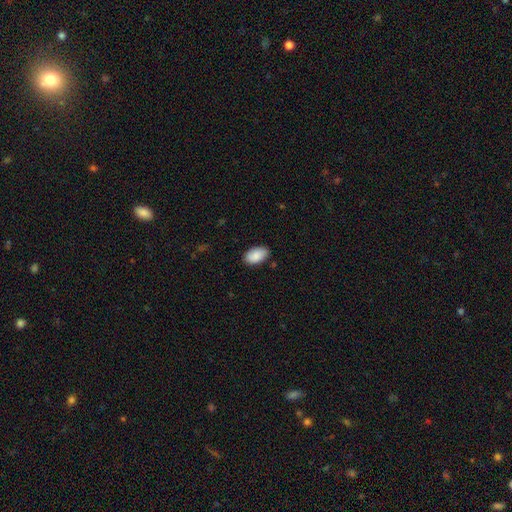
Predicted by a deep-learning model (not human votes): Smooth or featured? Predicted: smooth (p=0.88). How rounded? Predicted: in between (p=0.95). Merging? Predicted: none (p=0.85).